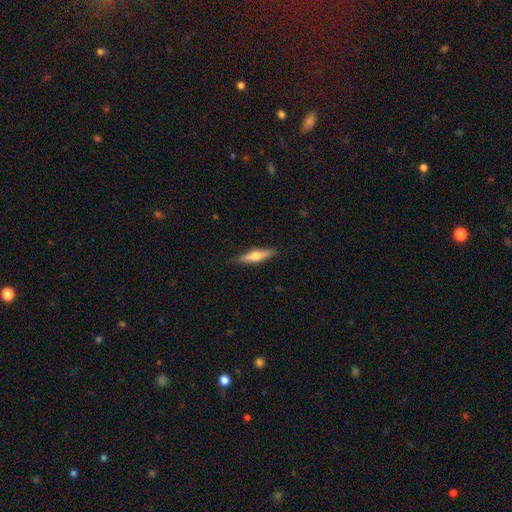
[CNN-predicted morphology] smooth 48%, featured or disk 46%, star or artifact 6%. Down the decision tree: merging — none (87%).